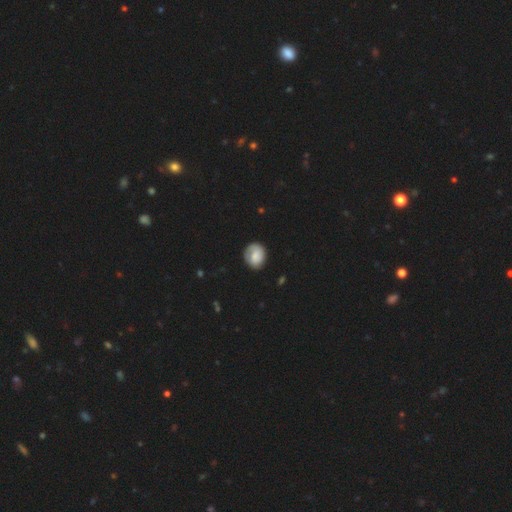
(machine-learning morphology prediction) A smooth galaxy with no disk features (70%) that is round (66%).

Vote fractions:
- Smooth or featured? smooth: 70% / featured or disk: 23% / star or artifact: 7%
- How rounded? round: 66% / in between: 33% / cigar-shaped: 1%
- Merging? none: 71% / minor disturbance: 21% / major disturbance: 6% / merger: 2%